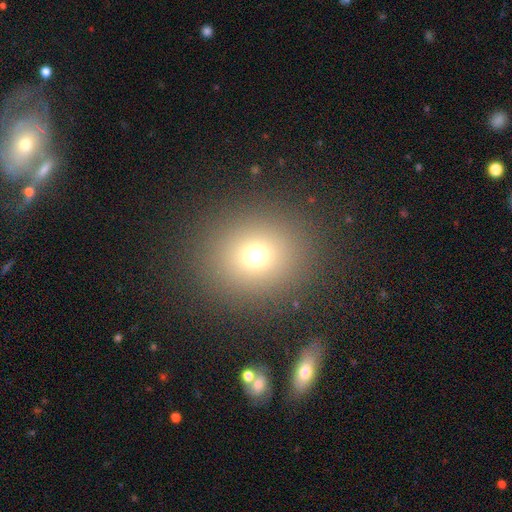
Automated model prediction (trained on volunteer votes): Morphology: type=smooth (70%); roundness=round (82%); merging=none (88%).